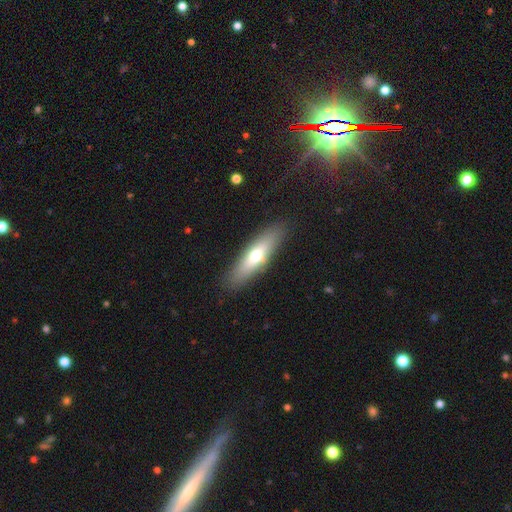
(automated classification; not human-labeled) A smooth galaxy with no disk features (58%) that is cigar-shaped (65%).

Vote fractions:
- Smooth or featured? smooth: 58% / featured or disk: 35% / star or artifact: 7%
- How rounded? cigar-shaped: 65% / in between: 33% / round: 2%
- Merging? none: 88% / minor disturbance: 8% / major disturbance: 3% / merger: 1%